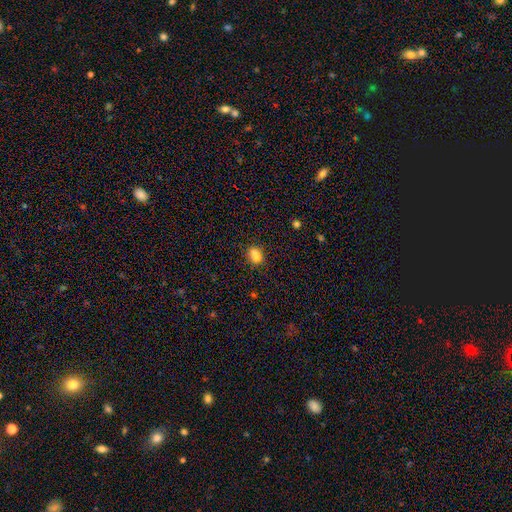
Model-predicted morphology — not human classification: smooth_or_featured: smooth (p=0.72) [alt: featured or disk p=0.15]
how_rounded: round (p=0.66) [alt: in between p=0.33]
merging: merger (p=0.54) [alt: none p=0.35]